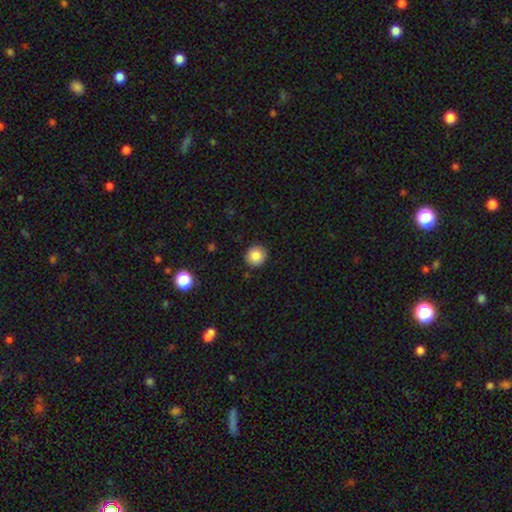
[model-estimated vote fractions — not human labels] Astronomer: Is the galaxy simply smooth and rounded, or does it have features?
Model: smooth — 87%.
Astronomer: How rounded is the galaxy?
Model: round — 92%.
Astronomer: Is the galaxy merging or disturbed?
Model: none — 90%.